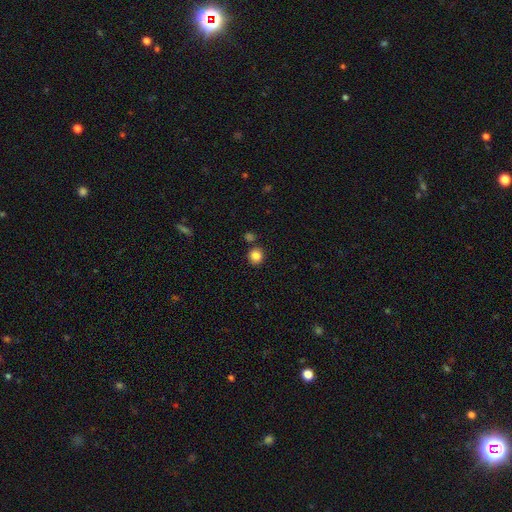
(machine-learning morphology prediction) Q: Smooth or featured?
A: smooth (85%); runner-up: star or artifact (10%)
Q: How rounded?
A: round (88%); runner-up: in between (11%)
Q: Merging?
A: none (81%); runner-up: minor disturbance (8%)